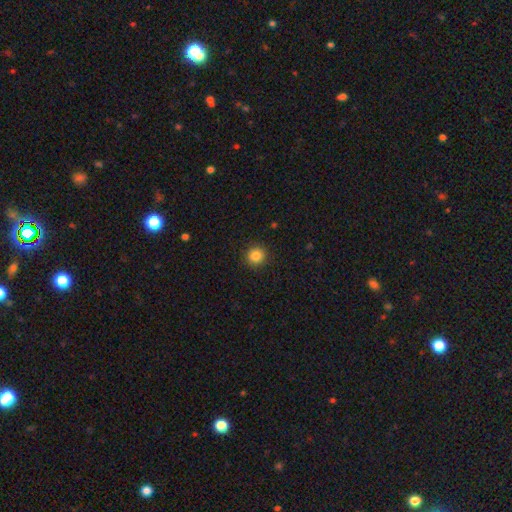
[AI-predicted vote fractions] smooth-or-featured: smooth: 85% | star or artifact: 11% | featured or disk: 5%
  how-rounded: round: 93% | in between: 6% | cigar-shaped: 1%
  merging: none: 91% | minor disturbance: 6% | major disturbance: 2% | merger: 1%